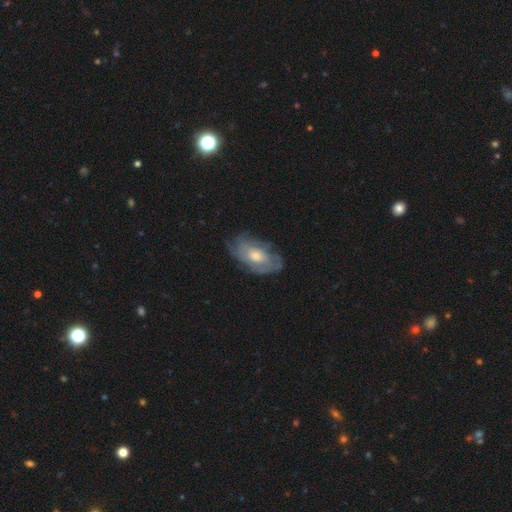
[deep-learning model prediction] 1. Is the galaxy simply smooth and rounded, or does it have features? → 67% featured or disk, 25% smooth, 7% star or artifact.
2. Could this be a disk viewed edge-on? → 93% no, 7% yes.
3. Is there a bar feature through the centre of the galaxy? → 77% no, 20% weak, 3% strong.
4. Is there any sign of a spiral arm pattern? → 74% yes, 26% no.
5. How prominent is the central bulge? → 65% moderate, 23% small, 9% large, 2% none, 1% dominant.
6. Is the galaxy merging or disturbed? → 67% none, 22% minor disturbance, 9% major disturbance, 1% merger.